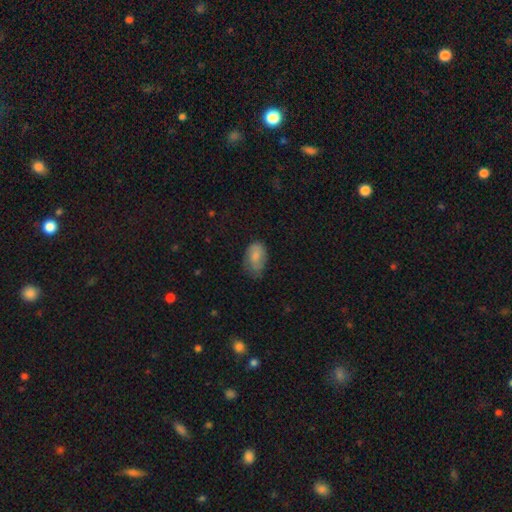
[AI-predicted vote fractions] Morphology: type=smooth (75%); roundness=in between (89%); merging=none (54%).